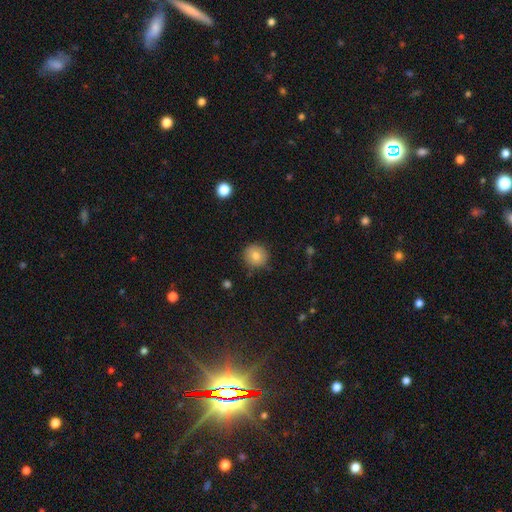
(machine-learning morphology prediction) smooth 80%, featured or disk 10%, star or artifact 10%. Down the decision tree: how rounded — round (92%); merging — none (85%).